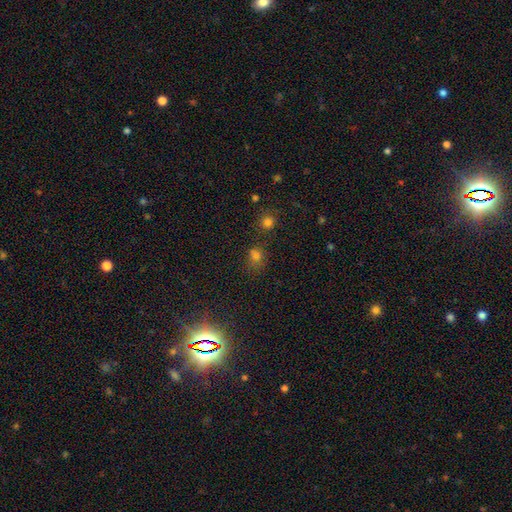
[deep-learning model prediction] Smooth or featured? Predicted: smooth (p=0.64). How rounded? Predicted: round (p=0.62). Merging? Predicted: none (p=0.58).